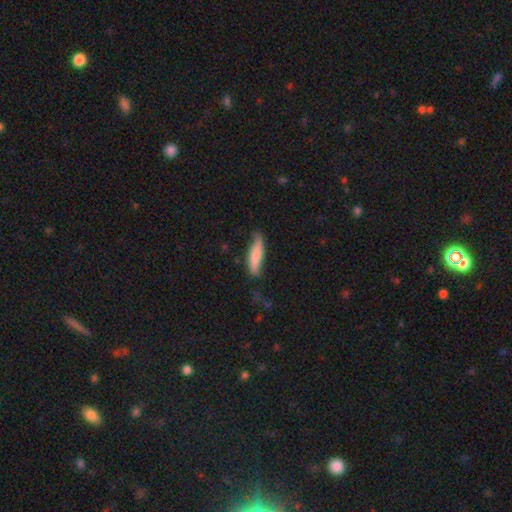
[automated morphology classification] This is likely a smooth galaxy (68%). How rounded: likely cigar-shaped (67%). Merging: possibly none (55%).